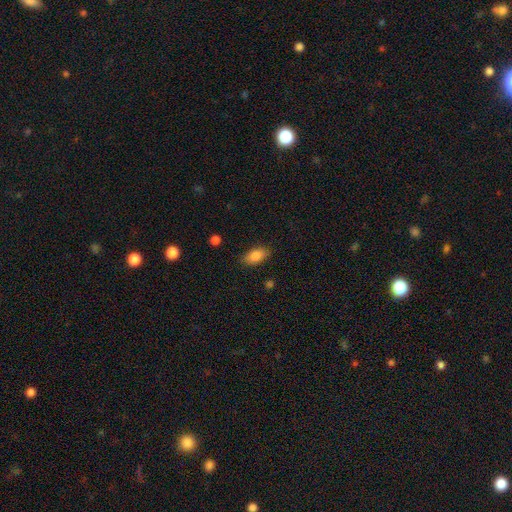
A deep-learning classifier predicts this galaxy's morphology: The model was most divided on "merging": none: 85%, minor disturbance: 11%, major disturbance: 3%, merger: 1%. More confident: how rounded — in between (89%); smooth or featured — smooth (84%).